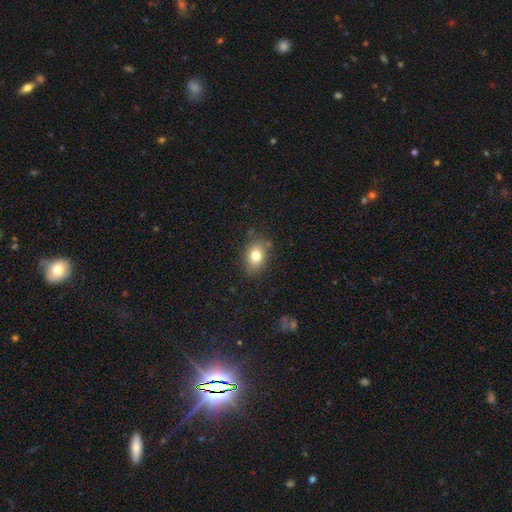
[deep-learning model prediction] This is likely a smooth galaxy (79%). How rounded: likely in between (65%). Merging: clearly none (82%).